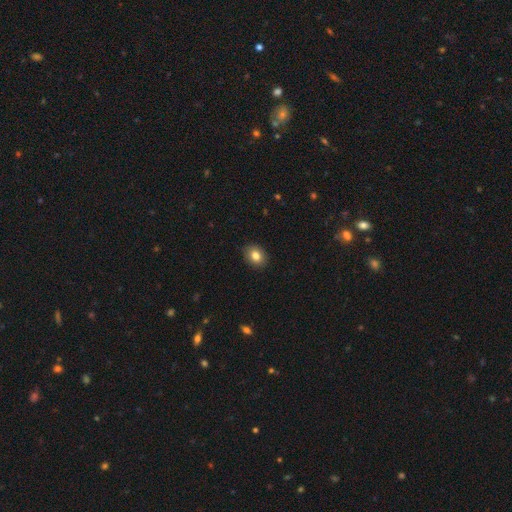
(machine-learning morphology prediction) smooth_or_featured: smooth (p=0.83) [alt: star or artifact p=0.09]
how_rounded: in between (p=0.56) [alt: round p=0.43]
merging: none (p=0.89) [alt: minor disturbance p=0.08]